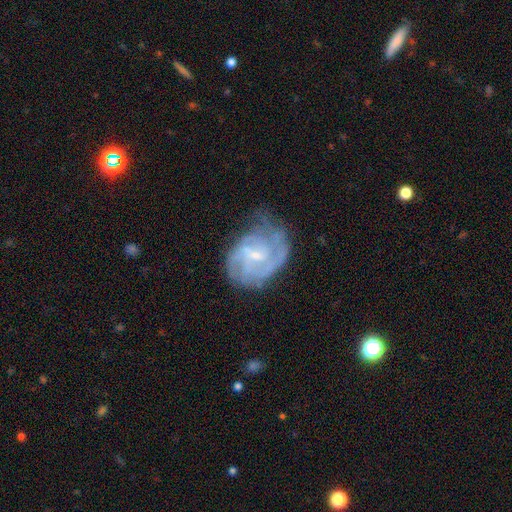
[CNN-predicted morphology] Overall: featured or disk (80%). Edge-on disk: no (98%). Bar: weak (57%; no 31%). Spiral arms: yes (90%). Spiral arm count: can't tell (36%; 2 26%). Spiral winding: tight (45%; medium 40%). Bulge size: small (66%). Merging: none (52%; minor disturbance 28%).